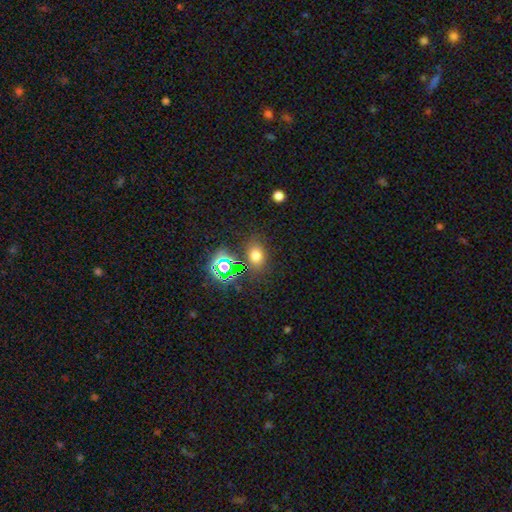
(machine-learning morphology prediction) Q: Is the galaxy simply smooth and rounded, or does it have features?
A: smooth — 66%.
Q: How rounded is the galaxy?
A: in between — 64%.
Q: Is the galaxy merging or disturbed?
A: none — 78%.